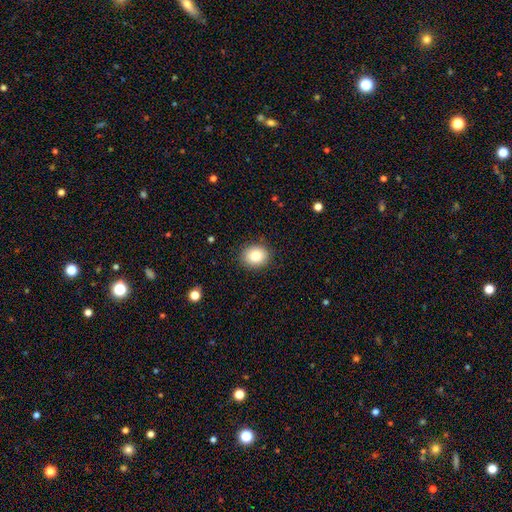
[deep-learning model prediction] Smooth or featured?
  - smooth: 83% *
  - star or artifact: 9%
  - featured or disk: 7%
How rounded?
  - round: 70% *
  - in between: 29%
  - cigar-shaped: 1%
Merging?
  - none: 90% *
  - minor disturbance: 7%
  - major disturbance: 2%
  - merger: 1%